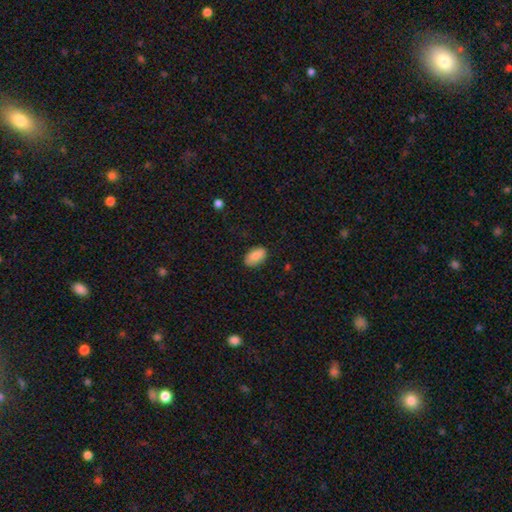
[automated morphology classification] A smooth galaxy with no disk features (84%) that is in between round and cigar-shaped (91%).

Vote fractions:
- Smooth or featured? smooth: 84% / featured or disk: 9% / star or artifact: 7%
- How rounded? in between: 91% / round: 7% / cigar-shaped: 1%
- Merging? none: 85% / minor disturbance: 12% / major disturbance: 2% / merger: 1%